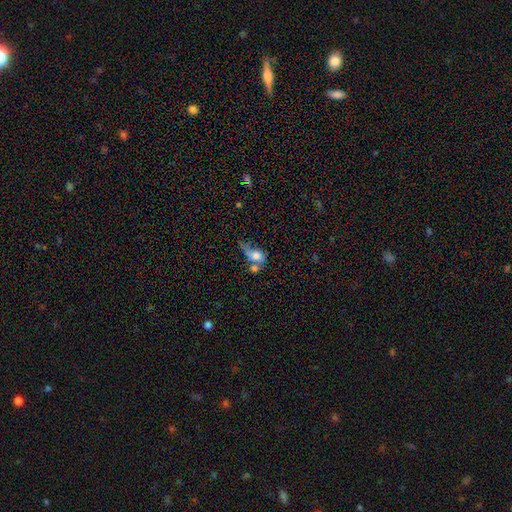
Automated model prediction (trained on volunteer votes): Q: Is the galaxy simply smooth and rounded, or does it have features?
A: smooth — 66%.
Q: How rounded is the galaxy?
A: in between — 53%.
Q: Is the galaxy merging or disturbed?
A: merger — 41%.